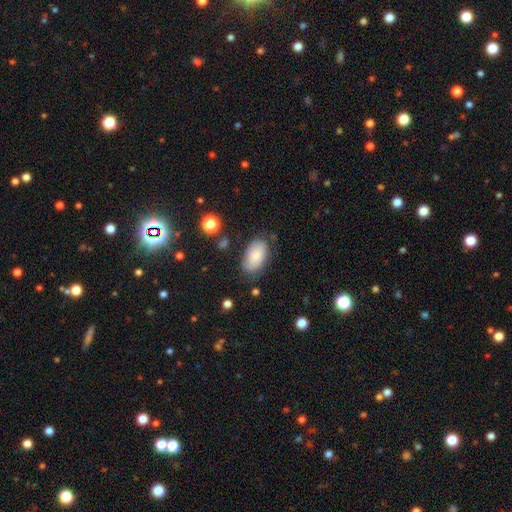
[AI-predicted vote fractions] smooth_or_featured: smooth (p=0.82) [alt: featured or disk p=0.11]
how_rounded: in between (p=0.95) [alt: round p=0.03]
merging: none (p=0.75) [alt: minor disturbance p=0.18]